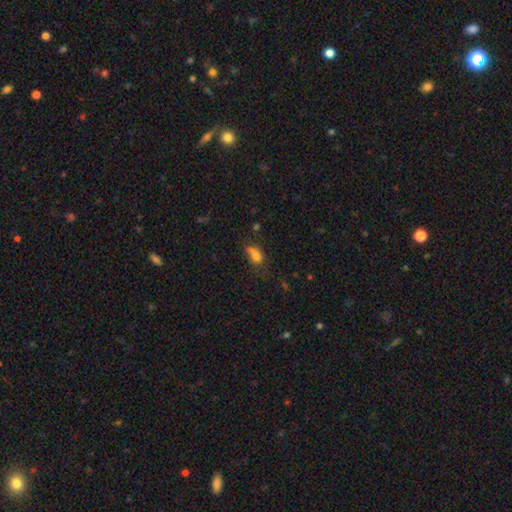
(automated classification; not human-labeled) smooth 74%, star or artifact 13%, featured or disk 13%. Down the decision tree: how rounded — in between (63%); merging — none (35%).